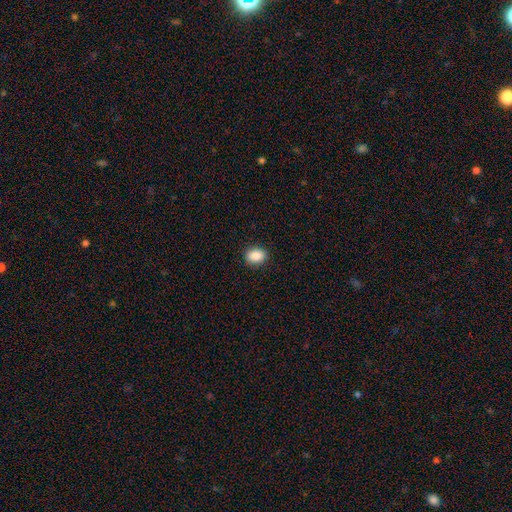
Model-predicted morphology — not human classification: A smooth galaxy with no disk features (89%) that is in between round and cigar-shaped (73%).

Vote fractions:
- Smooth or featured? smooth: 89% / star or artifact: 8% / featured or disk: 3%
- How rounded? in between: 73% / round: 25% / cigar-shaped: 1%
- Merging? none: 88% / minor disturbance: 8% / major disturbance: 2% / merger: 1%